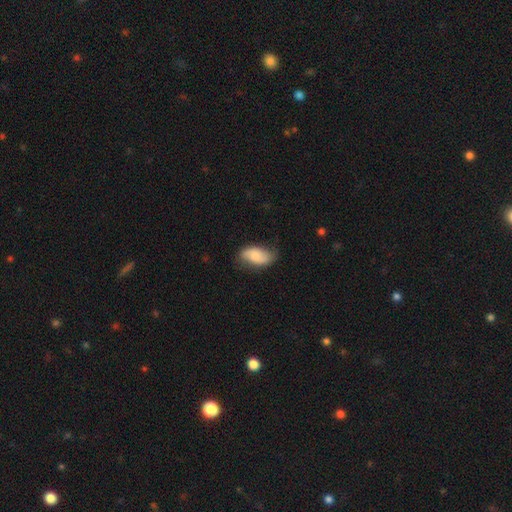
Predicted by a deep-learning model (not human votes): Smooth or featured?
  - smooth: 70% *
  - featured or disk: 23%
  - star or artifact: 7%
How rounded?
  - in between: 93% *
  - cigar-shaped: 4%
  - round: 3%
Merging?
  - none: 69% *
  - minor disturbance: 24%
  - major disturbance: 5%
  - merger: 1%